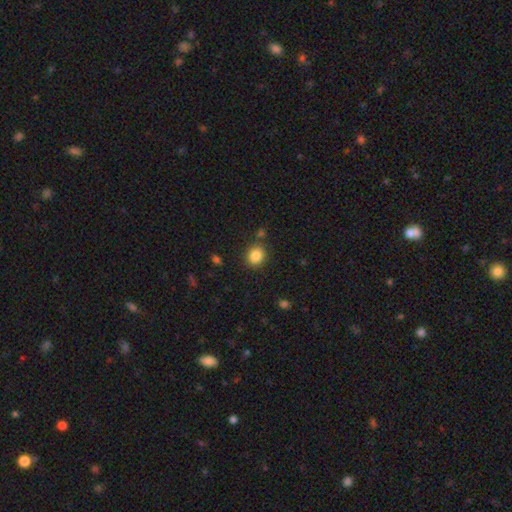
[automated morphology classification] The model was most divided on "how rounded": round: 70%, in between: 29%, cigar-shaped: 1%. More confident: smooth or featured — smooth (85%); merging — none (83%).